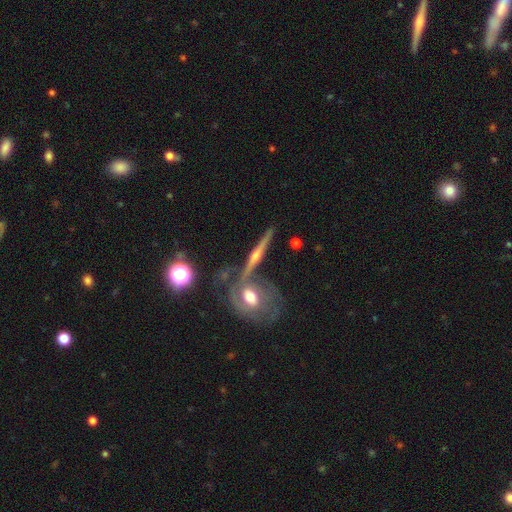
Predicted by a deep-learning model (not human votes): Overall: featured or disk (77%). Edge-on disk: yes (92%). Edge-on bulge: rounded (88%). Merging: none (65%).